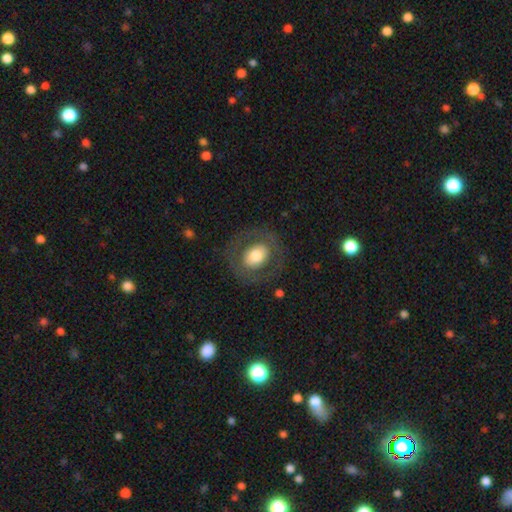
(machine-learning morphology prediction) Q: Smooth or featured?
A: smooth (57%); runner-up: featured or disk (36%)
Q: How rounded?
A: round (63%); runner-up: in between (36%)
Q: Merging?
A: none (79%); runner-up: minor disturbance (11%)